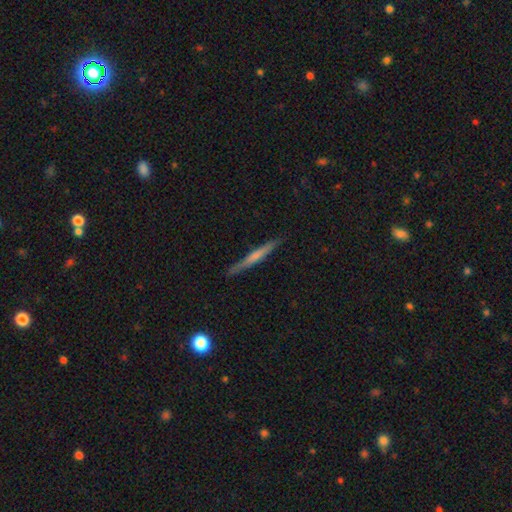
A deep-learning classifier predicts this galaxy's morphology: Overall: featured or disk (48%; smooth 46%). Merging: none (88%).